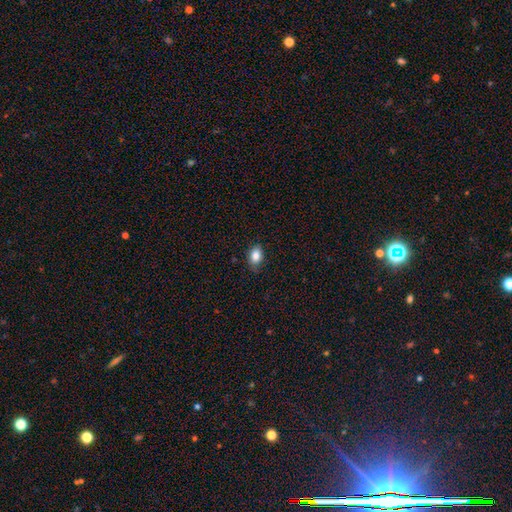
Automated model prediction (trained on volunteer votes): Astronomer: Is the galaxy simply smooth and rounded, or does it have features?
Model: smooth — 84%.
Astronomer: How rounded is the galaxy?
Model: in between — 82%.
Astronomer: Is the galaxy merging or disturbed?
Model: none — 81%.